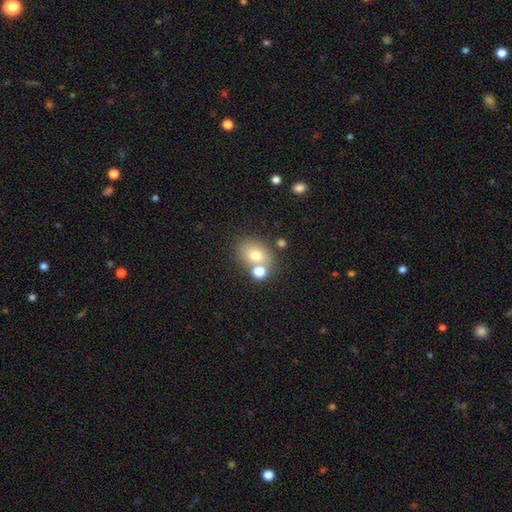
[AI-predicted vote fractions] A smooth galaxy with no disk features (72%) that is round (52%).

Vote fractions:
- Smooth or featured? smooth: 72% / featured or disk: 15% / star or artifact: 13%
- How rounded? round: 52% / in between: 47% / cigar-shaped: 1%
- Merging? none: 60% / merger: 24% / minor disturbance: 11% / major disturbance: 4%